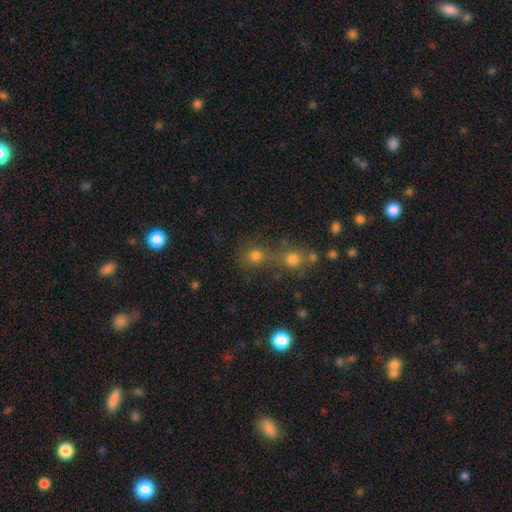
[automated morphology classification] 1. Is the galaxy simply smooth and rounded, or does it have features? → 72% smooth, 18% star or artifact, 9% featured or disk.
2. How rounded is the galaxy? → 82% round, 16% in between, 1% cigar-shaped.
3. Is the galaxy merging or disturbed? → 46% merger, 41% none, 7% minor disturbance, 5% major disturbance.